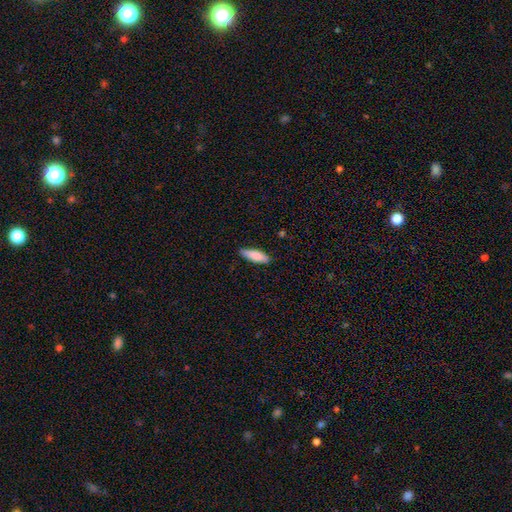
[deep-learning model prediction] The model was most divided on "how rounded": in between: 54%, cigar-shaped: 44%, round: 2%. More confident: merging — none (84%); smooth or featured — smooth (84%).